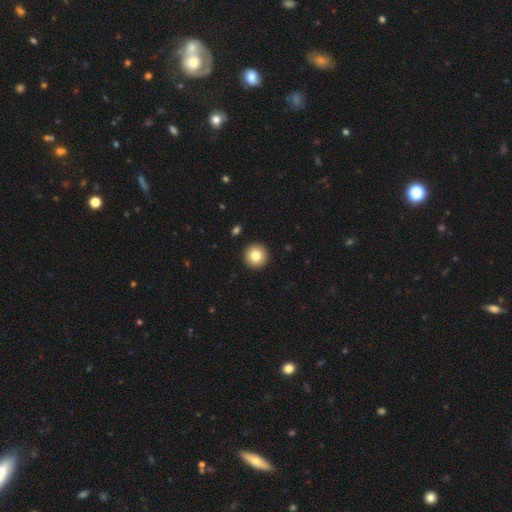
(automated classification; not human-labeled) Q: Smooth or featured?
A: smooth (81%); runner-up: featured or disk (10%)
Q: How rounded?
A: round (96%); runner-up: in between (3%)
Q: Merging?
A: none (94%); runner-up: minor disturbance (4%)